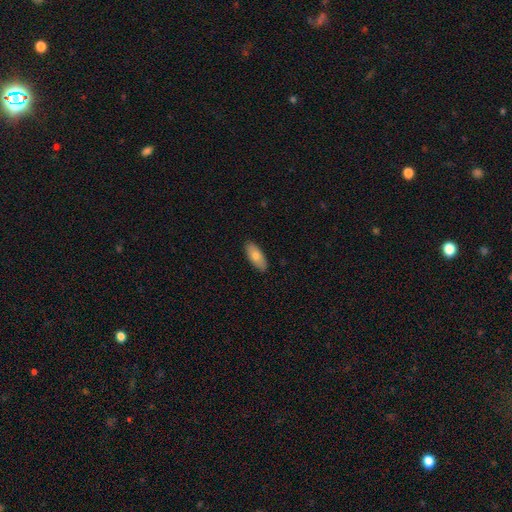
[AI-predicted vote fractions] Q: Smooth or featured?
A: smooth (79%); runner-up: featured or disk (15%)
Q: How rounded?
A: in between (84%); runner-up: cigar-shaped (14%)
Q: Merging?
A: none (89%); runner-up: minor disturbance (9%)